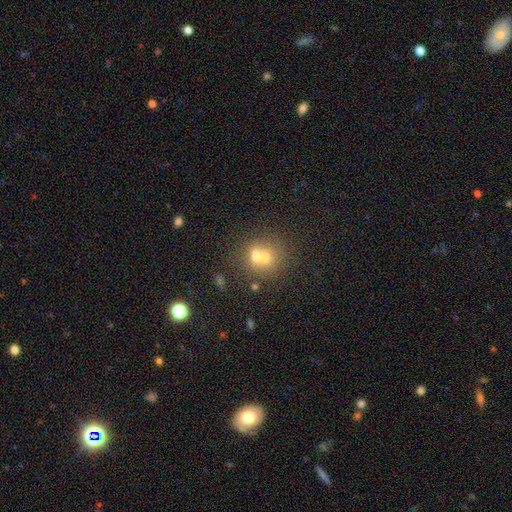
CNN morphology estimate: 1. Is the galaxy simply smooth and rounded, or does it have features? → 63% smooth, 24% featured or disk, 14% star or artifact.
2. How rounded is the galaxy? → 79% round, 20% in between, 1% cigar-shaped.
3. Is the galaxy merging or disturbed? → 55% merger, 35% none, 7% minor disturbance, 3% major disturbance.